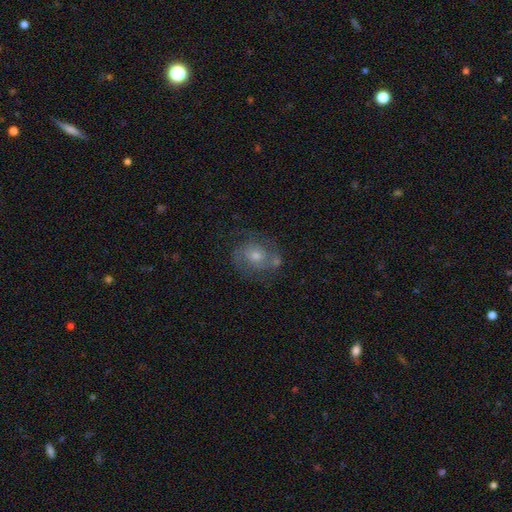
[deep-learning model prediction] A featured or disk galaxy (66%) with no bar (70%), 2 (63%) medium (45%) spiral arms (84%) and a moderate central bulge (54%). Merging: none (66%).